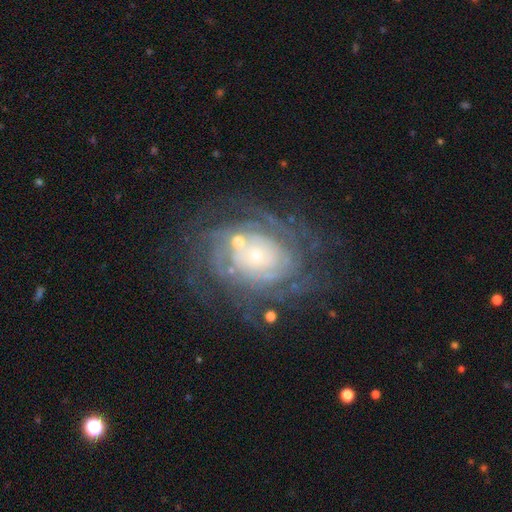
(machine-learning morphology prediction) The model was most divided on "spiral arm count": can't tell: 40%, 4: 14%, 2: 13%, more than 4: 13%, 3: 13%, 1: 7%. More confident: edge-on disk — no (97%); spiral arms — yes (94%); smooth or featured — featured or disk (85%); bar — no (79%); spiral winding — tight (76%); merging — none (68%); bulge size — small (64%).